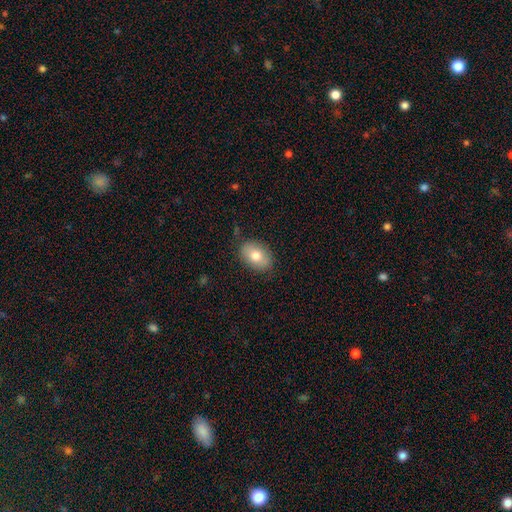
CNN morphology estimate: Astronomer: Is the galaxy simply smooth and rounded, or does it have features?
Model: smooth — 77%.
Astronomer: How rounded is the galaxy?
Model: in between — 81%.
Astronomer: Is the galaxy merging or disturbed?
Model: none — 83%.